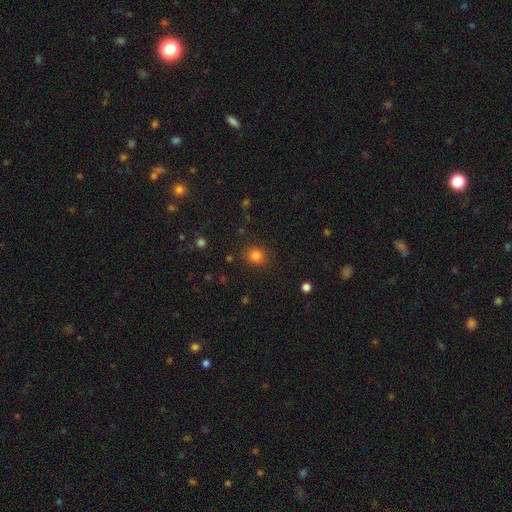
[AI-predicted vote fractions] Morphology: type=smooth (82%); roundness=round (81%); merging=none (87%).